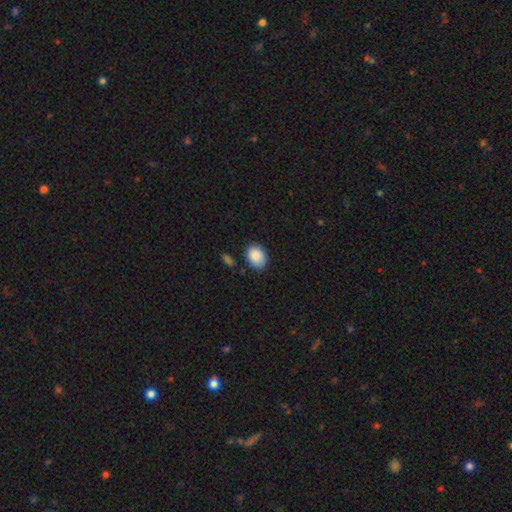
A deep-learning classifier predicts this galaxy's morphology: Q: Smooth or featured?
A: smooth (89%); runner-up: star or artifact (7%)
Q: How rounded?
A: in between (70%); runner-up: round (29%)
Q: Merging?
A: none (81%); runner-up: minor disturbance (13%)